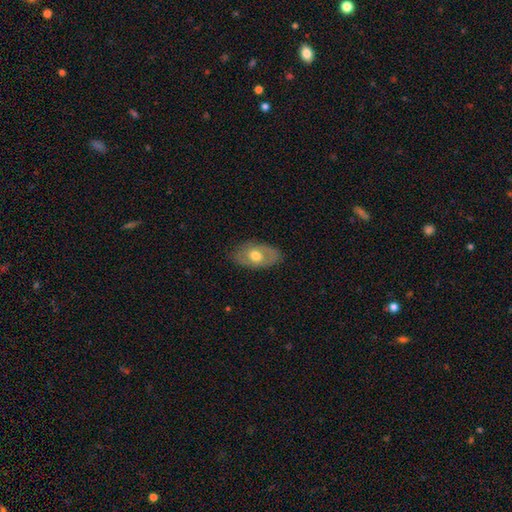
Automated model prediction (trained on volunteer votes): Overall: smooth (53%; featured or disk 40%). How rounded: in between (90%). Merging: none (78%).